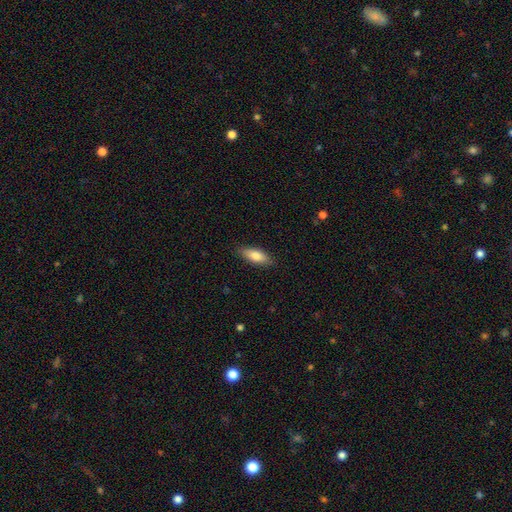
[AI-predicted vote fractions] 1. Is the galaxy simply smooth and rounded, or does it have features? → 79% smooth, 15% featured or disk, 6% star or artifact.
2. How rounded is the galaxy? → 70% in between, 28% cigar-shaped, 2% round.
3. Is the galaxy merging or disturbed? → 87% none, 10% minor disturbance, 2% major disturbance, 1% merger.